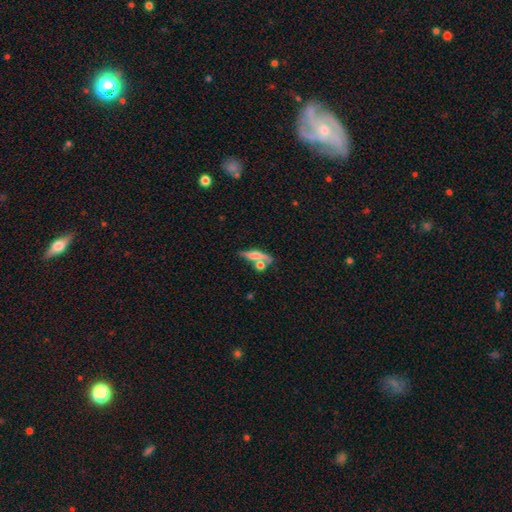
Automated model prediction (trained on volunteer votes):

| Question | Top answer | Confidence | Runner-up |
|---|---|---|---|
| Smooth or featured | smooth | 49% | featured or disk (42%) |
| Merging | none | 47% | merger (31%) |